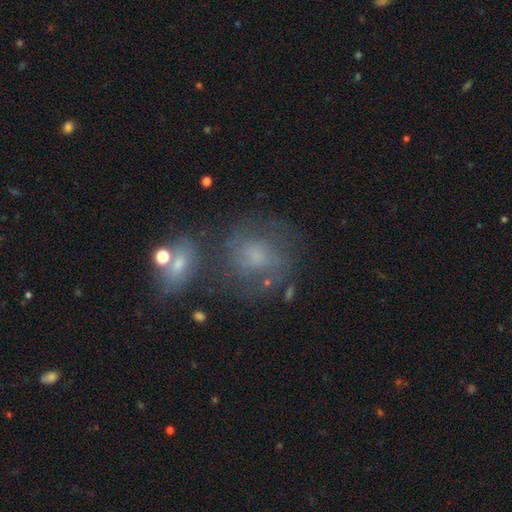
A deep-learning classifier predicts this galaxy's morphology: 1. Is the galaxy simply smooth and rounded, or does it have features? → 44% featured or disk, 40% smooth, 15% star or artifact.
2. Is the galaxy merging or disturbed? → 61% none, 18% minor disturbance, 11% major disturbance, 10% merger.